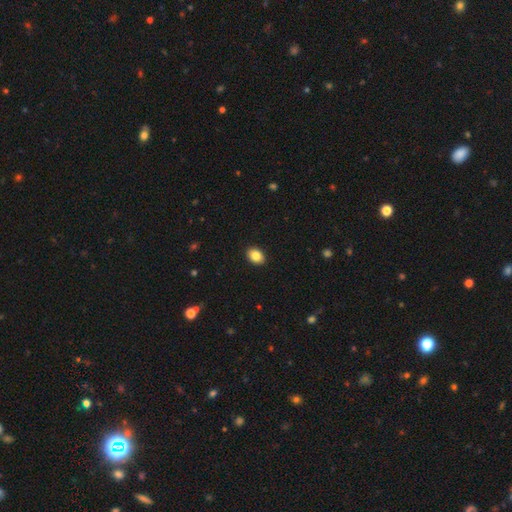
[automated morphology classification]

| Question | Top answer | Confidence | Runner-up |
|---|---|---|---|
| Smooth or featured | smooth | 86% | star or artifact (8%) |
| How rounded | in between | 78% | round (21%) |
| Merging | none | 91% | minor disturbance (7%) |